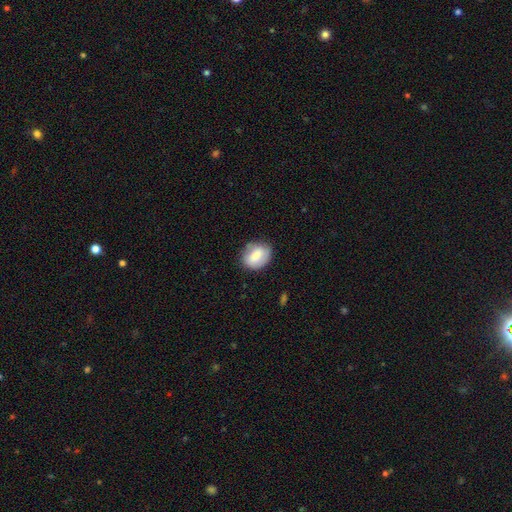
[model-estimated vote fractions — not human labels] smooth 76%, featured or disk 16%, star or artifact 7%. Down the decision tree: how rounded — in between (60%); merging — none (74%).